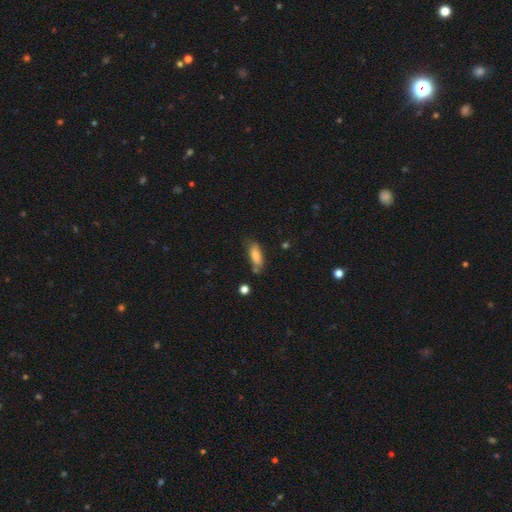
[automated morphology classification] Smooth or featured?
  - smooth: 81% *
  - featured or disk: 12%
  - star or artifact: 7%
How rounded?
  - in between: 69% *
  - cigar-shaped: 29%
  - round: 2%
Merging?
  - none: 63% *
  - minor disturbance: 24%
  - merger: 7%
  - major disturbance: 6%